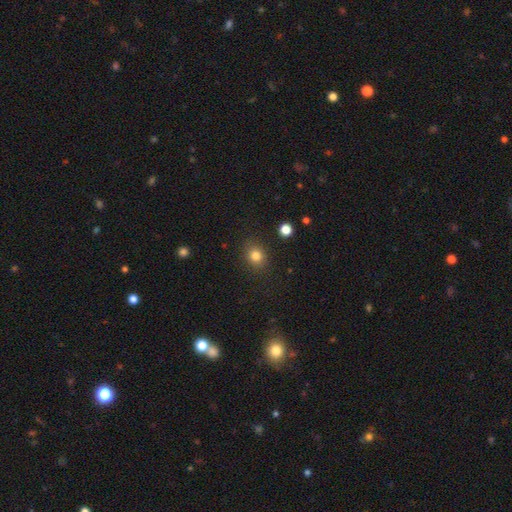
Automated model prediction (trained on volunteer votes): The model was most divided on "how rounded": round: 71%, in between: 28%, cigar-shaped: 1%. More confident: merging — none (88%); smooth or featured — smooth (81%).